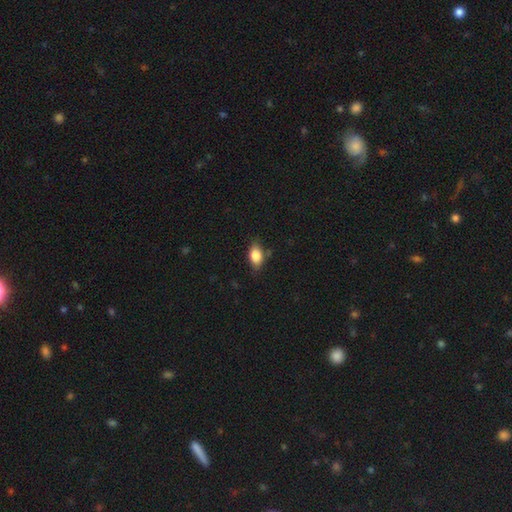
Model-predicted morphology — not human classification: This appears to be a smooth galaxy with no disk features (84%) that is in between round and cigar-shaped (87%). Merging: none (77%).